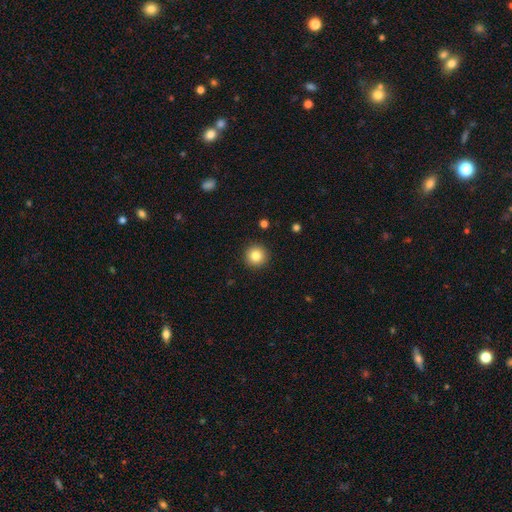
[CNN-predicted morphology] This is clearly a smooth galaxy (83%). How rounded: clearly round (96%). Merging: clearly none (92%).